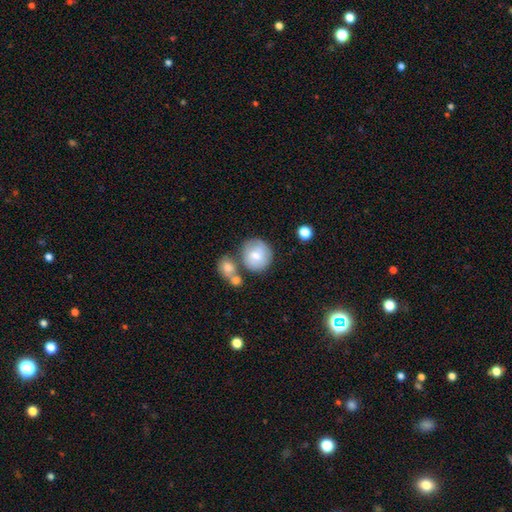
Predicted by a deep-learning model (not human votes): smooth_or_featured: smooth (p=0.70) [alt: featured or disk p=0.23]
how_rounded: round (p=0.90) [alt: in between p=0.09]
merging: none (p=0.52) [alt: merger p=0.28]